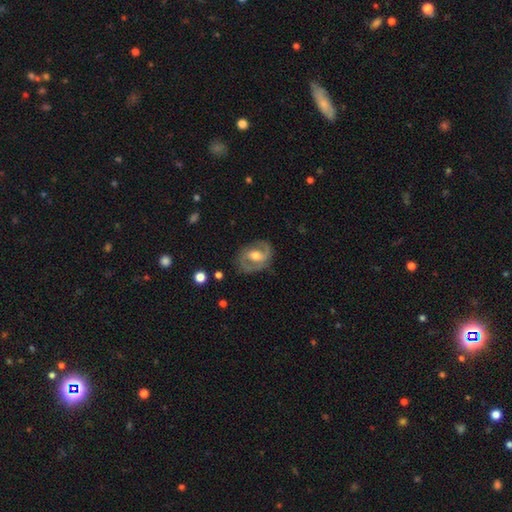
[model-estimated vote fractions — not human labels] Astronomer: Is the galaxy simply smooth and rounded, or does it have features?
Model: featured or disk — 76%.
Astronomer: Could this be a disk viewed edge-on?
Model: no — 96%.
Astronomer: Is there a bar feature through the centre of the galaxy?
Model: weak — 45% (runner-up: no, 32%).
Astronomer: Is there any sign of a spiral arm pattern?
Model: yes — 84%.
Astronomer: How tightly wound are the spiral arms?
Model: medium — 51% (runner-up: tight, 27%).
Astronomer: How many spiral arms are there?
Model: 2 — 83%.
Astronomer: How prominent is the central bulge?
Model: moderate — 72%.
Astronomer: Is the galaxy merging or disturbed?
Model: none — 73%.